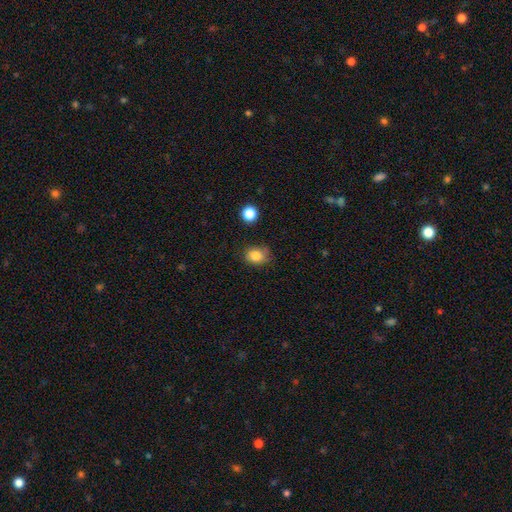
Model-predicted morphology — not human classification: This appears to be a smooth galaxy with no disk features (83%) that is round (57%). Merging: none (72%).